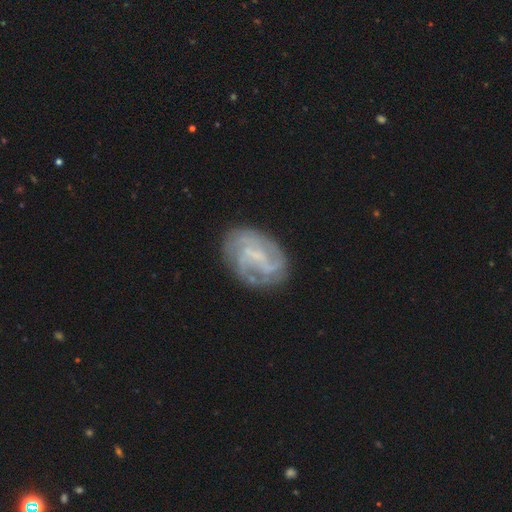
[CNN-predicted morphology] A featured or disk galaxy (79%) with a weak bar (50%), 2 (33%) medium (40%) spiral arms (89%) and a small central bulge (45%). Merging: none (73%).